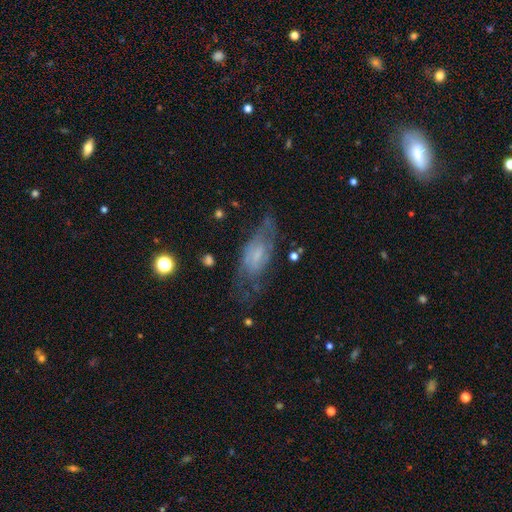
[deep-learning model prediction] Smooth or featured? featured or disk (59%)
Edge-on disk? no (83%)
Merging? none (55%)